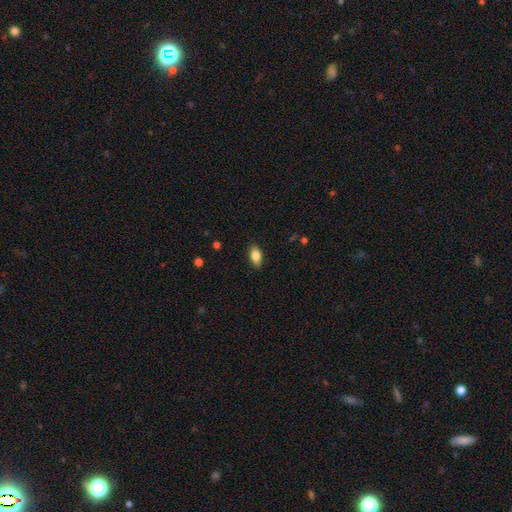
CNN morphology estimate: Q: Smooth or featured?
A: smooth (84%); runner-up: featured or disk (9%)
Q: How rounded?
A: in between (90%); runner-up: cigar-shaped (5%)
Q: Merging?
A: none (87%); runner-up: minor disturbance (10%)